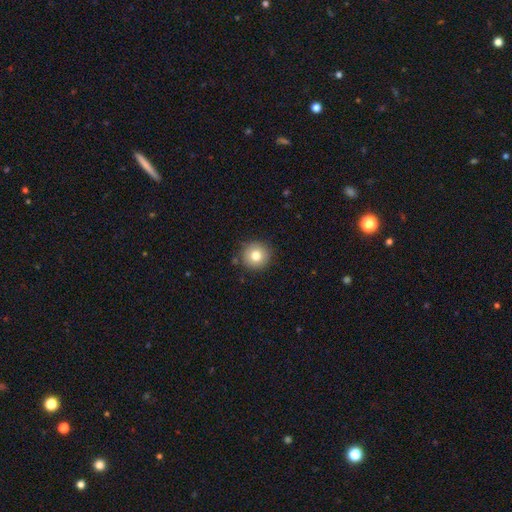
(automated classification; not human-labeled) This is likely a smooth galaxy (78%). How rounded: clearly round (95%). Merging: clearly none (88%).